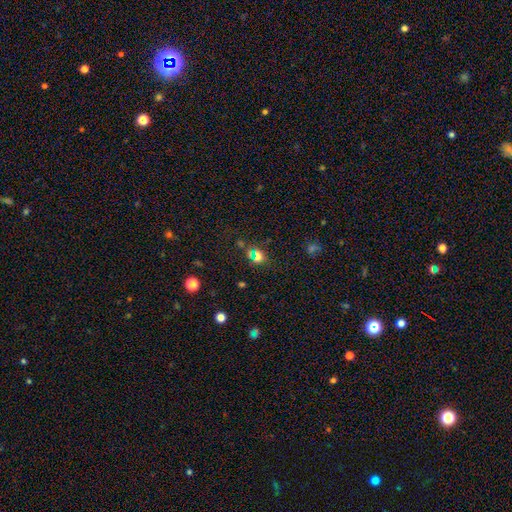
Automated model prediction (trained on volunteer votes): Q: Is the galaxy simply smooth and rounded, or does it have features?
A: smooth — 51%.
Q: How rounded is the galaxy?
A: round — 68%.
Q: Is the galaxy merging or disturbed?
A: none — 65%.